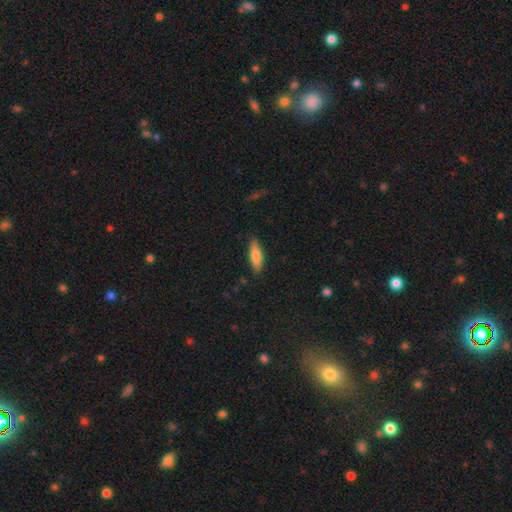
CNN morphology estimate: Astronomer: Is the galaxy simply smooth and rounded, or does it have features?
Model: smooth — 75%.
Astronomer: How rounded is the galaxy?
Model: cigar-shaped — 53% (runner-up: in between, 45%).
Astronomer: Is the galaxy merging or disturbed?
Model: none — 87%.